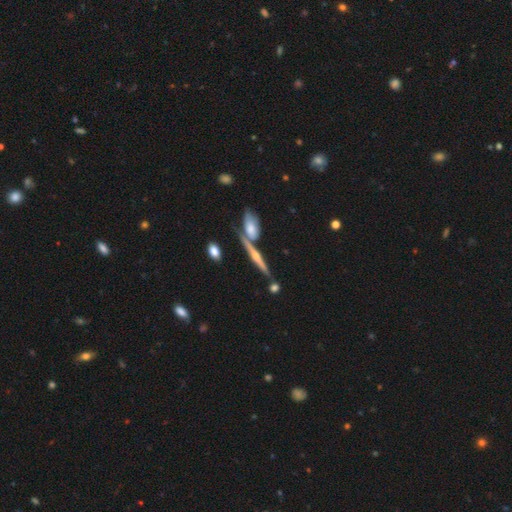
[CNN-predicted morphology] smooth_or_featured: featured or disk (p=0.72) [alt: smooth p=0.21]
disk_edge_on: yes (p=0.96) [alt: no p=0.04]
edge_on_bulge: rounded (p=0.84) [alt: none p=0.09]
merging: none (p=0.69) [alt: merger p=0.17]